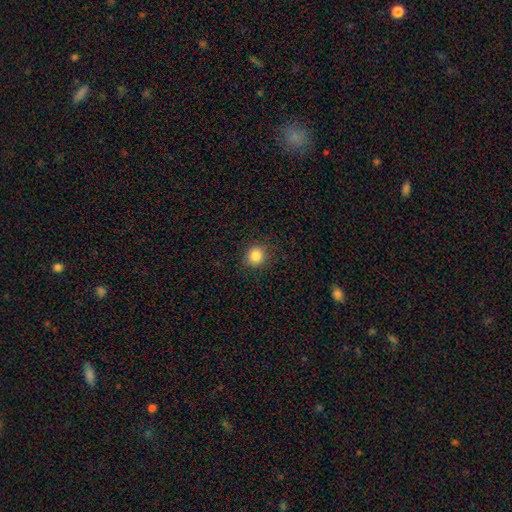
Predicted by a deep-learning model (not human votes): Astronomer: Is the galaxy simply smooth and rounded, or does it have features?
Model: smooth — 85%.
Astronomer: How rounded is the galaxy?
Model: round — 88%.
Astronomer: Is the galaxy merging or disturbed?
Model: none — 88%.